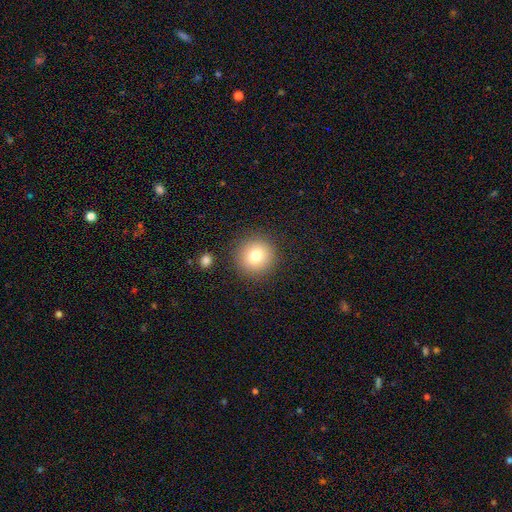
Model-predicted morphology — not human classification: This is likely a smooth galaxy (78%). How rounded: clearly round (94%). Merging: clearly none (88%).